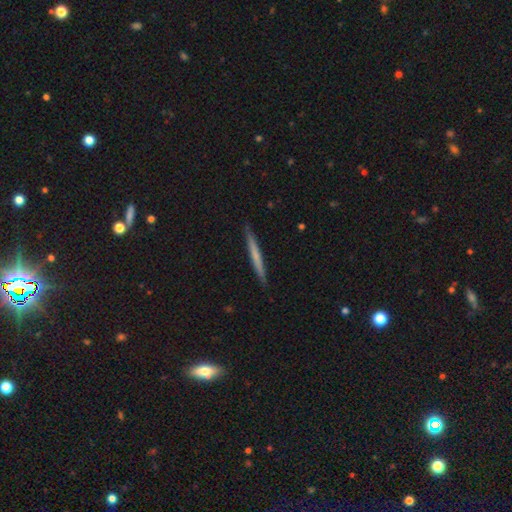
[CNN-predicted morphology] This is possibly a smooth galaxy (56%). How rounded: clearly cigar-shaped (97%). Merging: clearly none (90%).